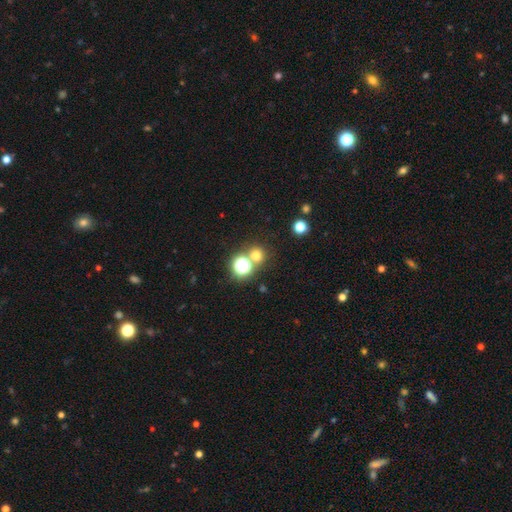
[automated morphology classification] A smooth galaxy with no disk features (66%) that is round (90%). Merging: none (71%).